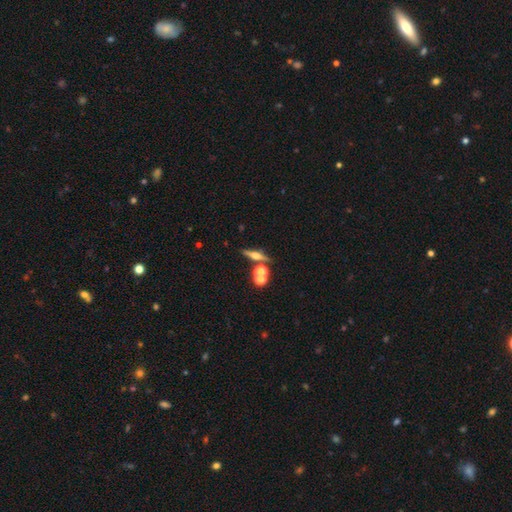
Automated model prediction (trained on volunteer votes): smooth_or_featured: featured or disk (p=0.64) [alt: smooth p=0.25]
disk_edge_on: yes (p=0.94) [alt: no p=0.06]
edge_on_bulge: rounded (p=0.94) [alt: boxy p=0.04]
merging: none (p=0.72) [alt: merger p=0.16]